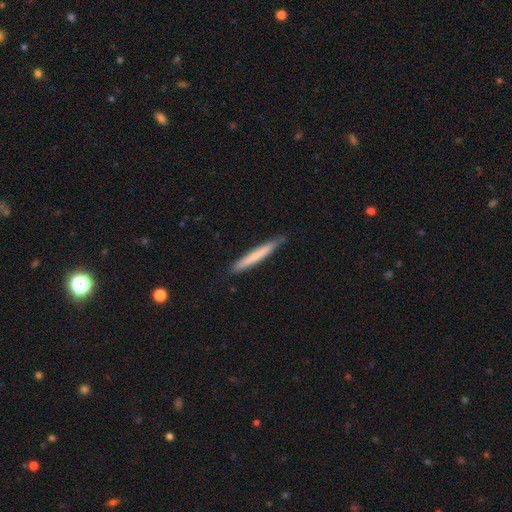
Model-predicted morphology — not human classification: The model was most divided on "smooth or featured": smooth: 68%, featured or disk: 27%, star or artifact: 6%. More confident: how rounded — cigar-shaped (96%); merging — none (86%).